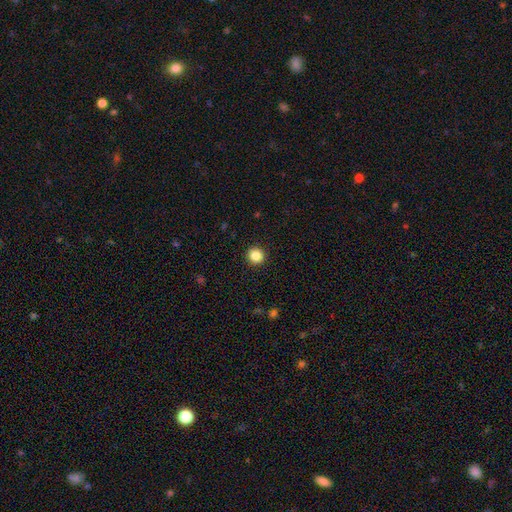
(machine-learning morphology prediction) A smooth galaxy with no disk features (86%) that is round (93%).

Vote fractions:
- Smooth or featured? smooth: 86% / star or artifact: 10% / featured or disk: 3%
- How rounded? round: 93% / in between: 7% / cigar-shaped: 1%
- Merging? none: 92% / minor disturbance: 5% / major disturbance: 2% / merger: 1%